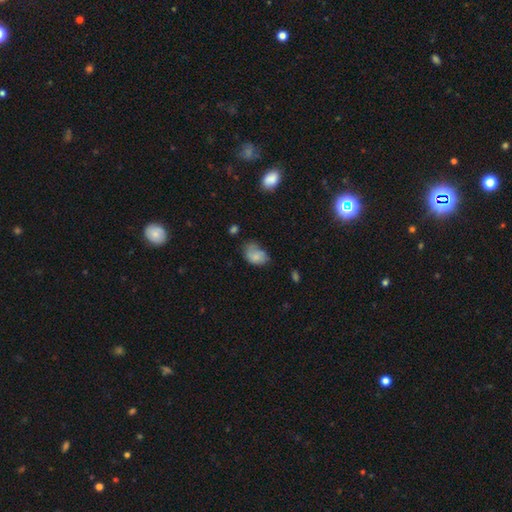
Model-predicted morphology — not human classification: This is likely a smooth galaxy (73%). How rounded: clearly in between (83%). Merging: marginally minor disturbance (39%, tied with none).